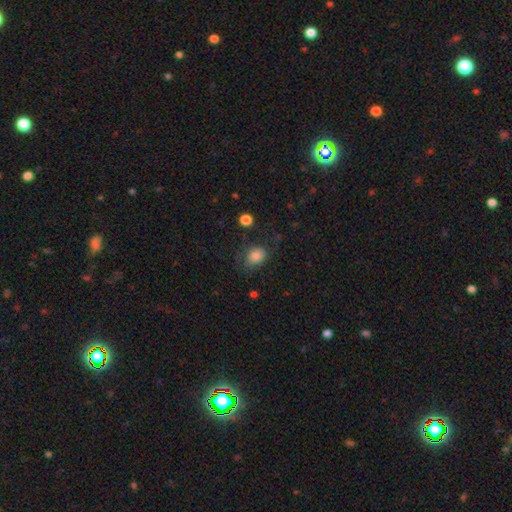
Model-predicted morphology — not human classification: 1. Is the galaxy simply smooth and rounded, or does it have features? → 83% smooth, 10% star or artifact, 7% featured or disk.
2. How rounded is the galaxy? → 59% in between, 40% round, 1% cigar-shaped.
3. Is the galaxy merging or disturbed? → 64% none, 23% minor disturbance, 10% major disturbance, 2% merger.